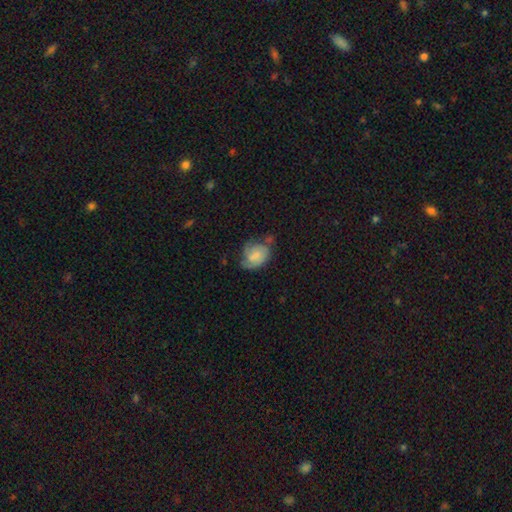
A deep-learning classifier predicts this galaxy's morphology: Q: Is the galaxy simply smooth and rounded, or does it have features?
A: smooth — 53%.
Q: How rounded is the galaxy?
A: in between — 62%.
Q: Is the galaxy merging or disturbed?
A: none — 39%.